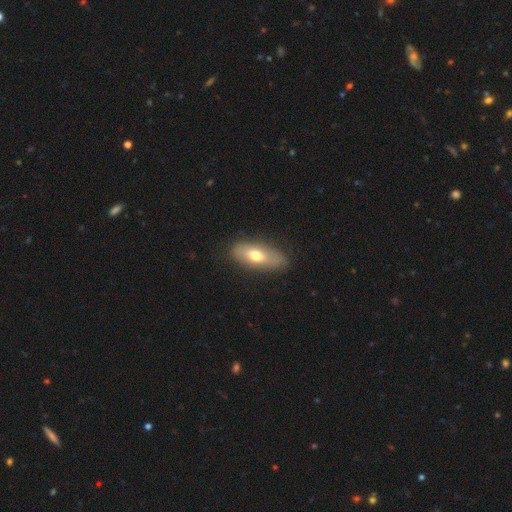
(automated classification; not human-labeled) Q: Smooth or featured?
A: smooth (63%); runner-up: featured or disk (31%)
Q: How rounded?
A: in between (80%); runner-up: cigar-shaped (16%)
Q: Merging?
A: none (80%); runner-up: minor disturbance (15%)